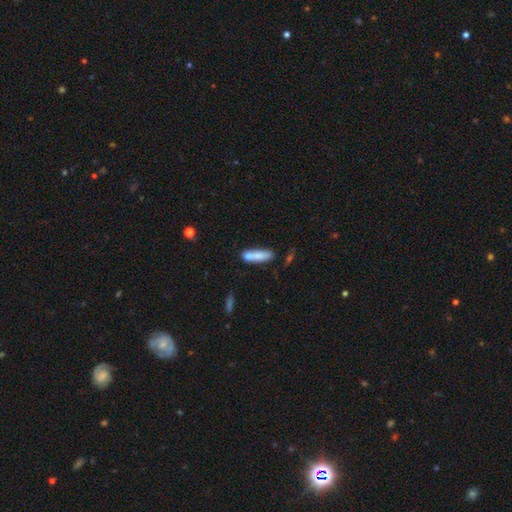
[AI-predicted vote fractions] smooth 79%, featured or disk 14%, star or artifact 7%. Down the decision tree: how rounded — cigar-shaped (63%); merging — none (57%).